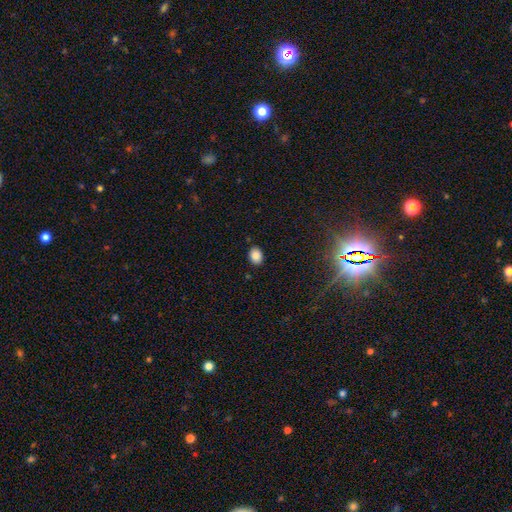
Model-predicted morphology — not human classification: A smooth galaxy with no disk features (86%) that is in between round and cigar-shaped (66%).

Vote fractions:
- Smooth or featured? smooth: 86% / star or artifact: 10% / featured or disk: 4%
- How rounded? in between: 66% / round: 33% / cigar-shaped: 1%
- Merging? none: 86% / minor disturbance: 10% / major disturbance: 2% / merger: 1%